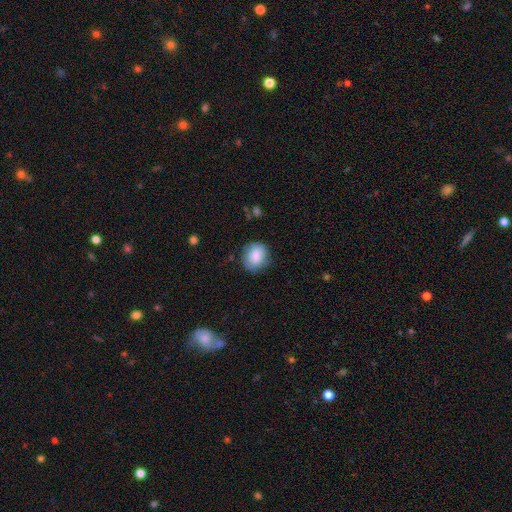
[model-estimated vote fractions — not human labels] smooth_or_featured: smooth (p=0.84) [alt: featured or disk p=0.09]
how_rounded: round (p=0.70) [alt: in between p=0.29]
merging: none (p=0.77) [alt: minor disturbance p=0.17]